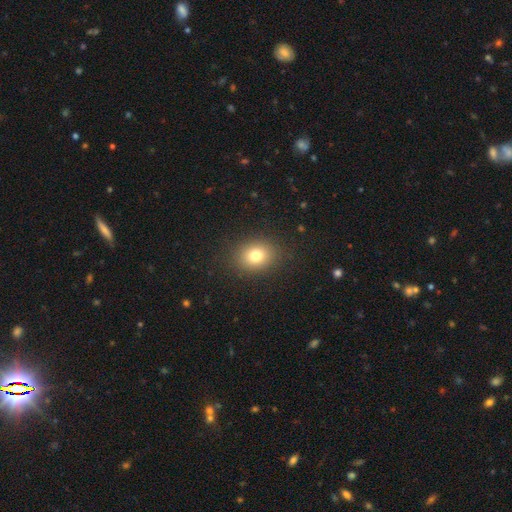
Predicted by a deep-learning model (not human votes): Smooth or featured: smooth — 78% (star or artifact — 13%)
How rounded: round — 57% (in between — 42%)
Merging: none — 88% (minor disturbance — 8%)